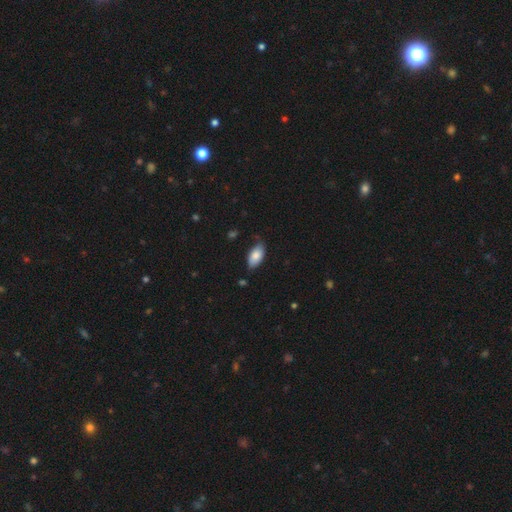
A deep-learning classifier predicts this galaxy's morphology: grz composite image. It shows a smooth galaxy with no disk features (83%) that is in between round and cigar-shaped (94%). Merging: none (74%).